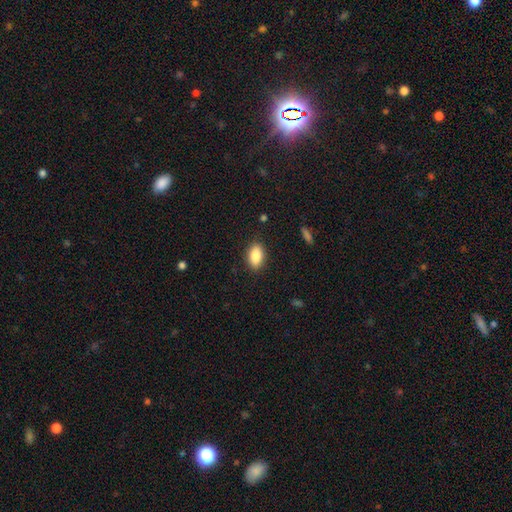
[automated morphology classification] Smooth or featured? Predicted: smooth (p=0.87). How rounded? Predicted: in between (p=0.91). Merging? Predicted: none (p=0.87).